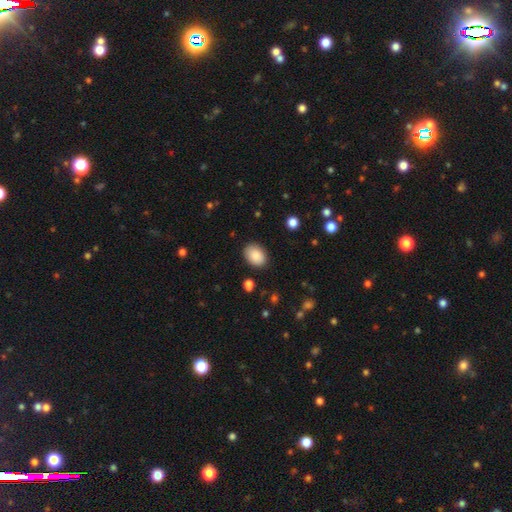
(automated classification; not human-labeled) A smooth galaxy with no disk features (88%) that is in between round and cigar-shaped (76%).

Vote fractions:
- Smooth or featured? smooth: 88% / star or artifact: 7% / featured or disk: 5%
- How rounded? in between: 76% / round: 23% / cigar-shaped: 1%
- Merging? none: 87% / minor disturbance: 9% / major disturbance: 2% / merger: 1%